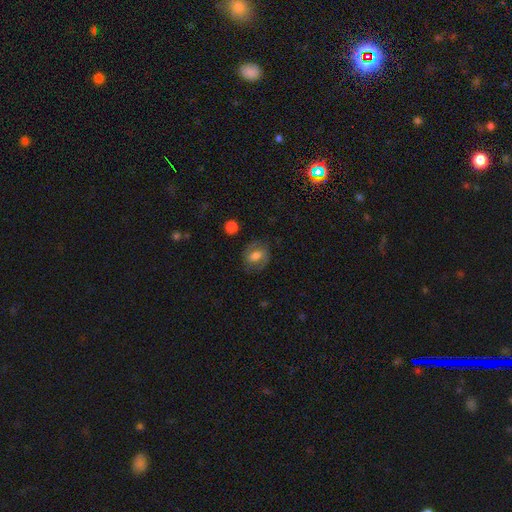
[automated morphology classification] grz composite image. It shows a featured or disk galaxy (47%). Merging: none (75%).